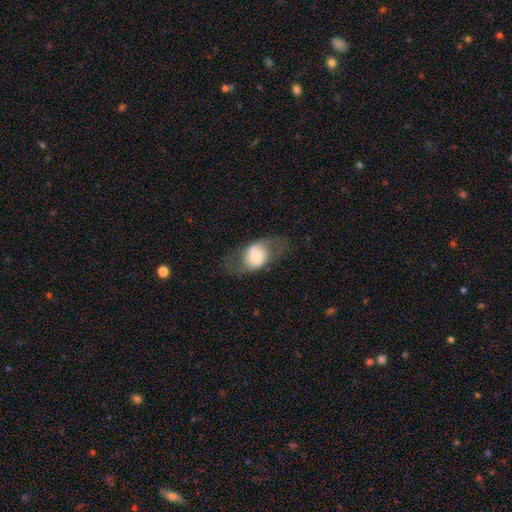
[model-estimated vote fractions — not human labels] Overall: smooth (49%; featured or disk 44%). Merging: none (62%).